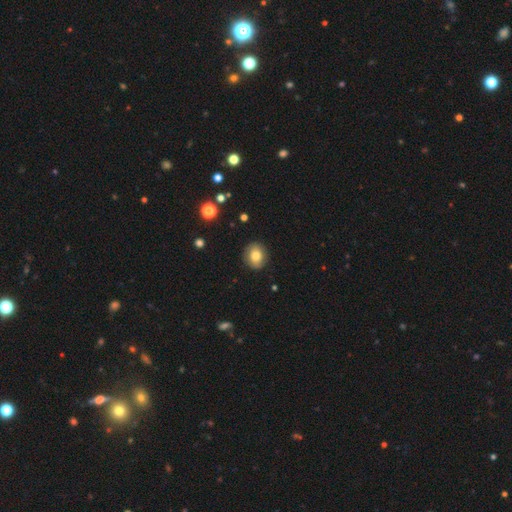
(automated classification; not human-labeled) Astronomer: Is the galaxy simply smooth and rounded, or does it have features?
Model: smooth — 79%.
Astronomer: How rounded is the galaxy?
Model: round — 61% (runner-up: in between, 38%).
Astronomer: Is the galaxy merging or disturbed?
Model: none — 86%.